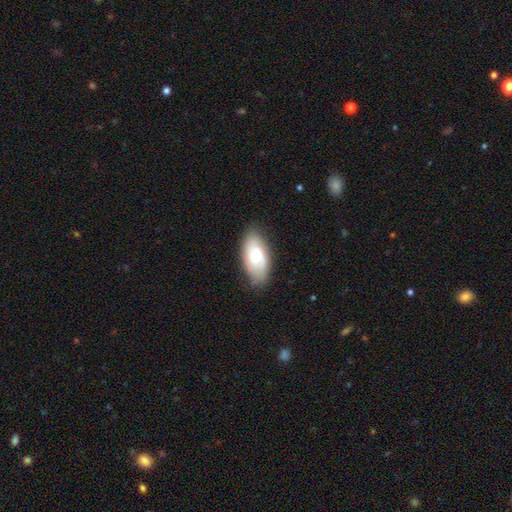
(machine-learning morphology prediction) Overall: smooth (61%; featured or disk 33%). How rounded: in between (92%). Merging: none (78%).